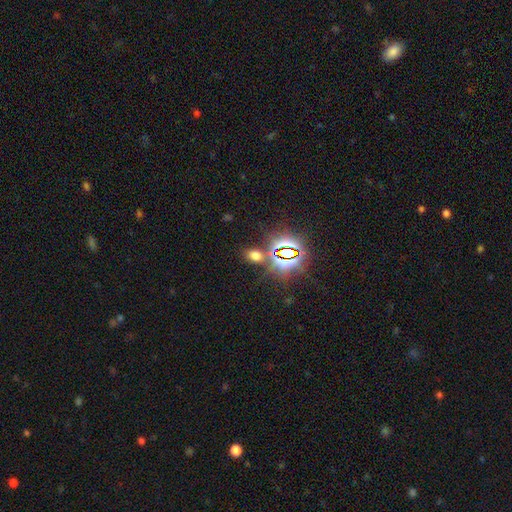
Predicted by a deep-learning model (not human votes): Overall: smooth (54%; star or artifact 39%). How rounded: in between (72%). Merging: none (77%).